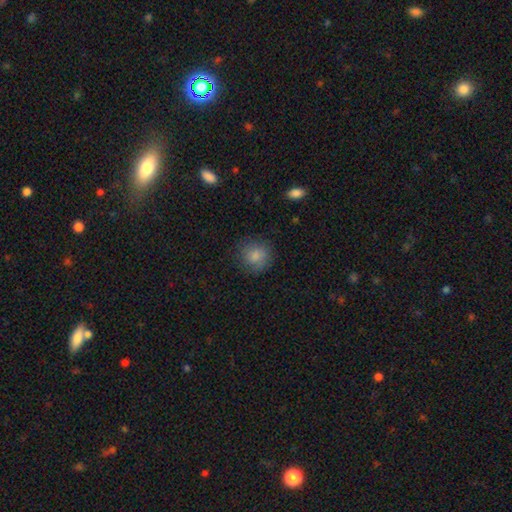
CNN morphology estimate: Q: Smooth or featured?
A: smooth (84%); runner-up: star or artifact (9%)
Q: How rounded?
A: round (87%); runner-up: in between (12%)
Q: Merging?
A: none (80%); runner-up: minor disturbance (14%)